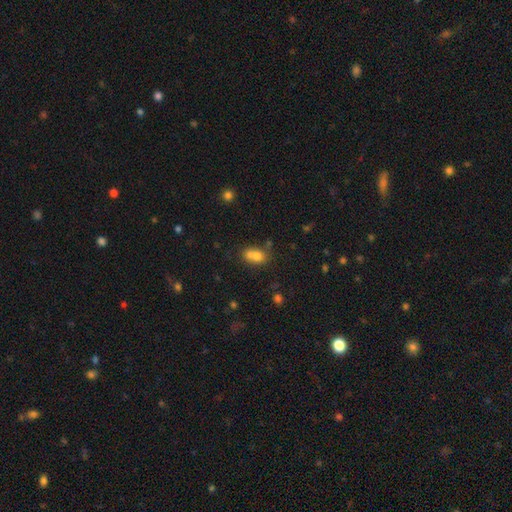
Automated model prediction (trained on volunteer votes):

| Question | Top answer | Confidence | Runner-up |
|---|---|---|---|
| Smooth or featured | smooth | 72% | featured or disk (15%) |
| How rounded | in between | 60% | round (38%) |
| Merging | merger | 49% | none (33%) |